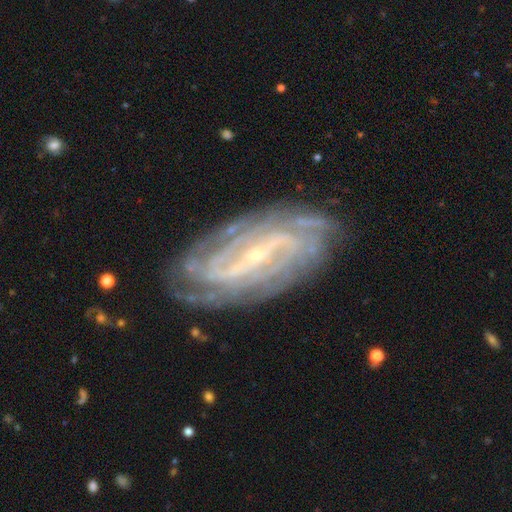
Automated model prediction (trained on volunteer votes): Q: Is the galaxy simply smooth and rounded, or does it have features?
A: featured or disk — 90%.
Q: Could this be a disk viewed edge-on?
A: no — 95%.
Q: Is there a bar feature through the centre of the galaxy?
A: strong — 50%.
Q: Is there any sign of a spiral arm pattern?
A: yes — 97%.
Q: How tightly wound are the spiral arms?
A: tight — 68%.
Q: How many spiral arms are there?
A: can't tell — 25%.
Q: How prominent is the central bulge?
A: small — 84%.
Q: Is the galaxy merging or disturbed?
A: none — 82%.